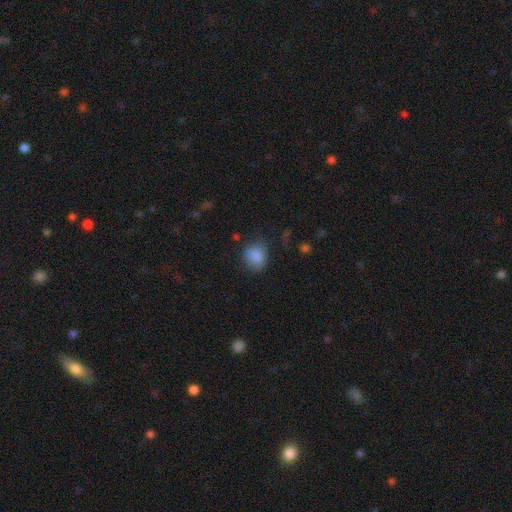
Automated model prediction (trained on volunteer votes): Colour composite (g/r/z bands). It shows a smooth galaxy with no disk features (85%) that is round (63%). Merging: none (67%).